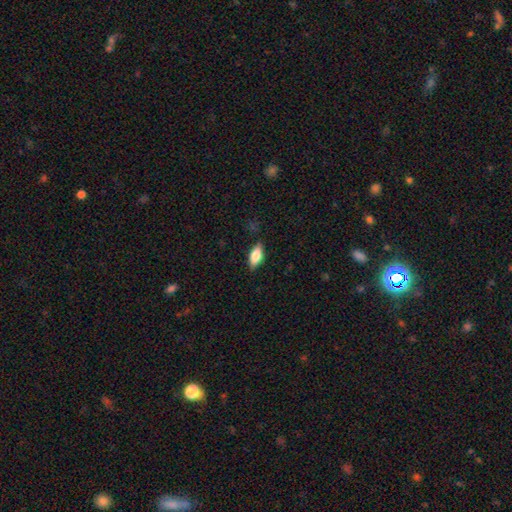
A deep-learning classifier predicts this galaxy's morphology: Smooth or featured? smooth (74%)
How rounded? in between (82%)
Merging? none (84%)